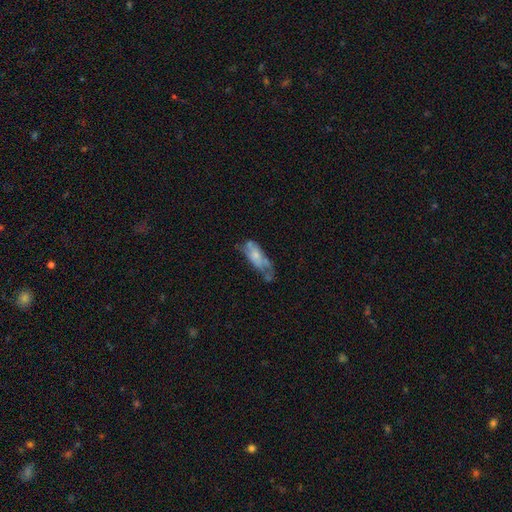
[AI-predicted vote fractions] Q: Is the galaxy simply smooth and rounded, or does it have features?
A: smooth — 52%.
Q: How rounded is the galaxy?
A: in between — 71%.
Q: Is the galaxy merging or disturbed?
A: minor disturbance — 32%.